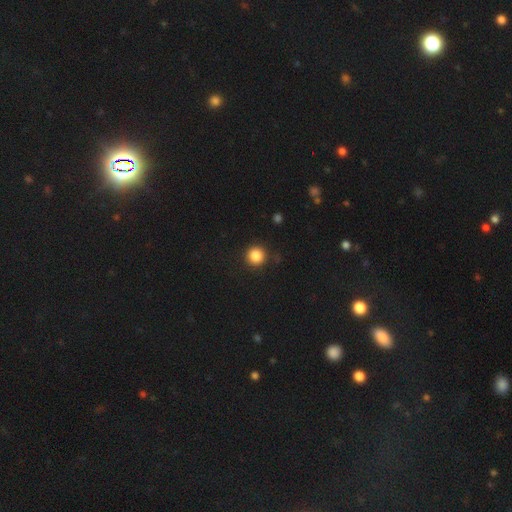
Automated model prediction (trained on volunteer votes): This appears to be a smooth galaxy with no disk features (85%) that is round (95%). Merging: none (90%).